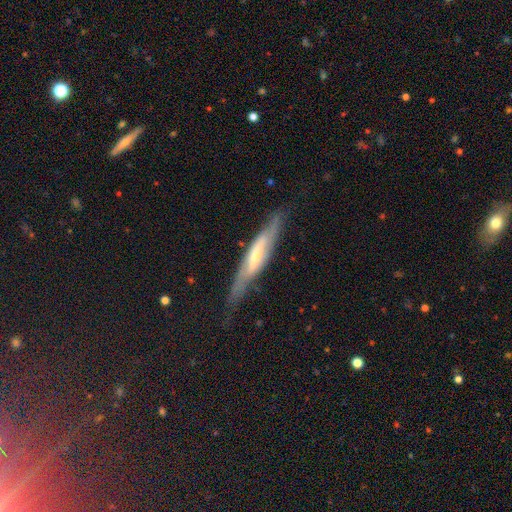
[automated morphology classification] Q: Smooth or featured?
A: featured or disk (70%); runner-up: smooth (24%)
Q: Edge-on disk?
A: yes (69%); runner-up: no (31%)
Q: Merging?
A: none (67%); runner-up: minor disturbance (22%)